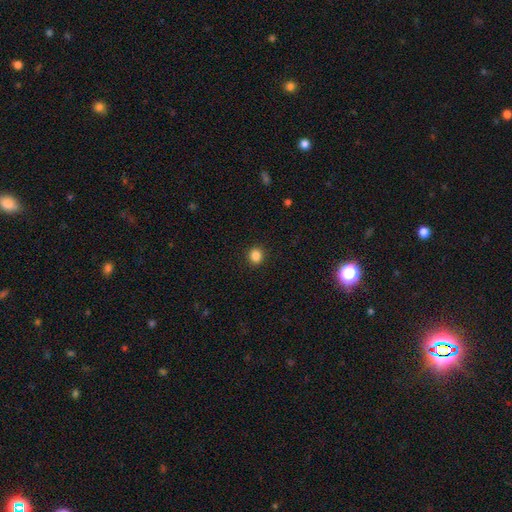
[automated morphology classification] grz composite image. It shows a smooth galaxy with no disk features (86%) that is round (87%). Merging: none (92%).